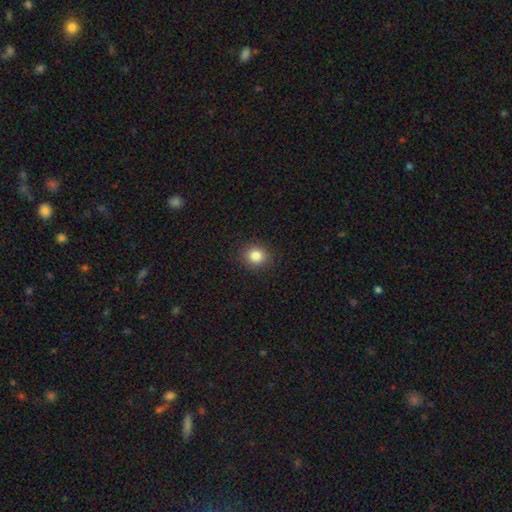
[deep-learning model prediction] Smooth or featured? Predicted: smooth (p=0.84). How rounded? Predicted: round (p=0.85). Merging? Predicted: none (p=0.91).